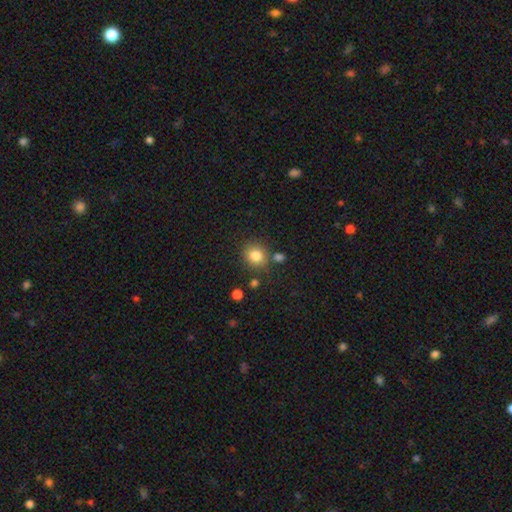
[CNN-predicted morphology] The model was most divided on "how rounded": round: 76%, in between: 23%, cigar-shaped: 1%. More confident: smooth or featured — smooth (82%); merging — none (76%).